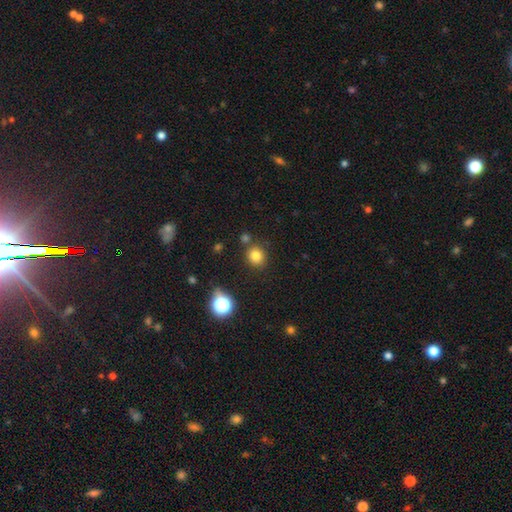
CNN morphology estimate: Q: Smooth or featured?
A: smooth (79%); runner-up: star or artifact (14%)
Q: How rounded?
A: round (80%); runner-up: in between (19%)
Q: Merging?
A: none (79%); runner-up: minor disturbance (10%)